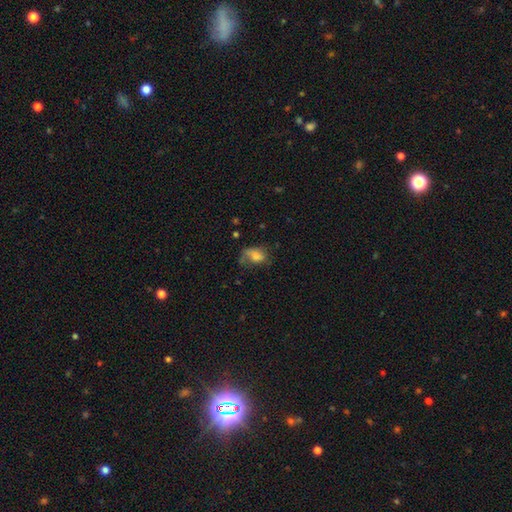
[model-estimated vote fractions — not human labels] Morphology: type=smooth (68%); roundness=in between (81%); merging=none (37%).